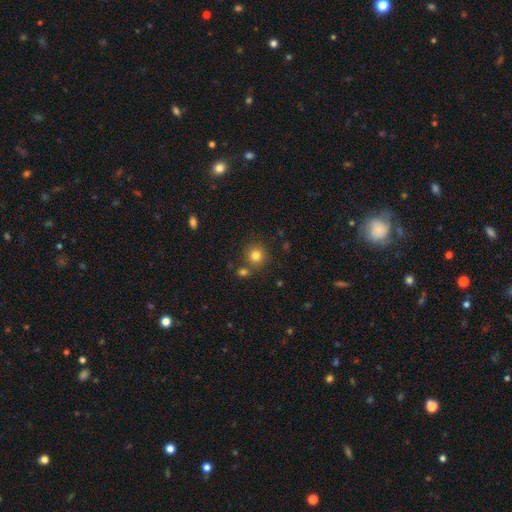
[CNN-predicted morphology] smooth-or-featured: smooth: 80% | star or artifact: 12% | featured or disk: 7%
  how-rounded: round: 90% | in between: 9% | cigar-shaped: 1%
  merging: none: 74% | merger: 14% | minor disturbance: 9% | major disturbance: 3%